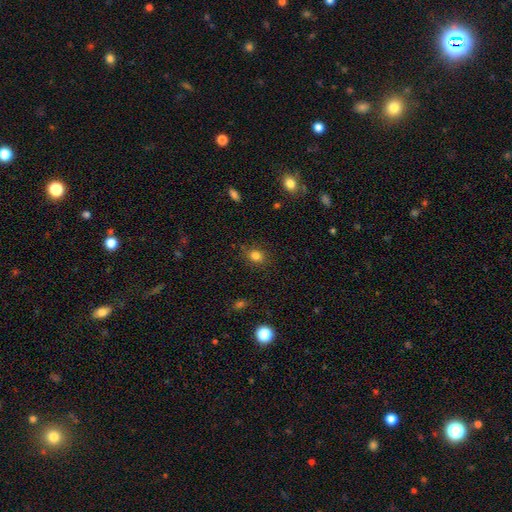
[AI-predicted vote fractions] Smooth or featured: smooth — 81% (star or artifact — 13%)
How rounded: round — 62% (in between — 37%)
Merging: none — 86% (minor disturbance — 10%)